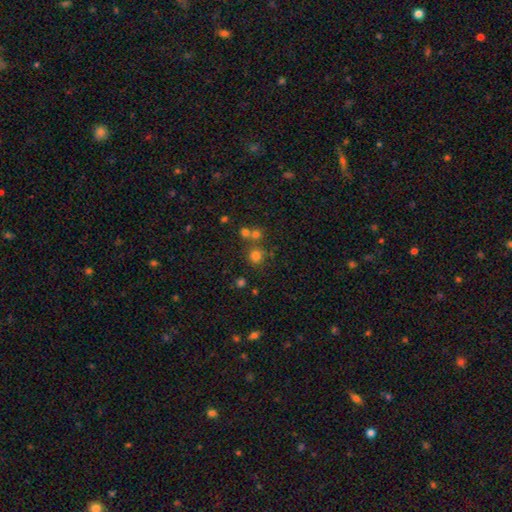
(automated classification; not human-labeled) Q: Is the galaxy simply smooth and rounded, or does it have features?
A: smooth — 73%.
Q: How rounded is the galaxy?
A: round — 90%.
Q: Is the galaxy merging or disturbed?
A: none — 69%.